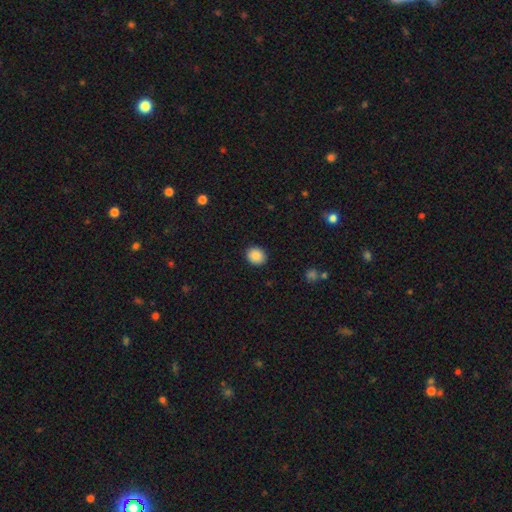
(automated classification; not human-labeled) A smooth galaxy with no disk features (89%) that is round (71%). Merging: none (91%).